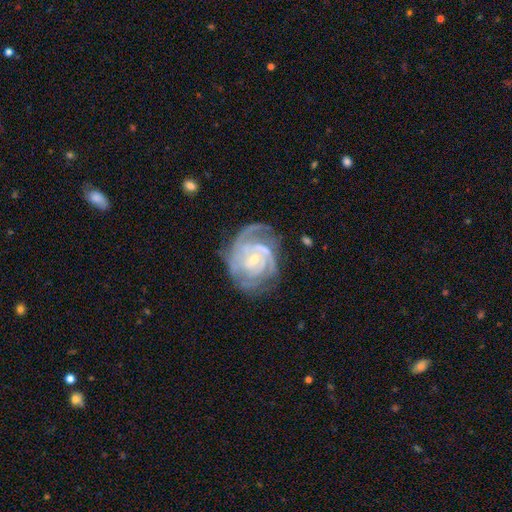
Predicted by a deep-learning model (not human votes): Morphology: type=featured or disk (86%); edge-on=no (98%); bar=no (57%); spiral arms=yes (96%); winding=tight (65%); arm count=3 (29%); bulge=small (69%); merging=none (64%).